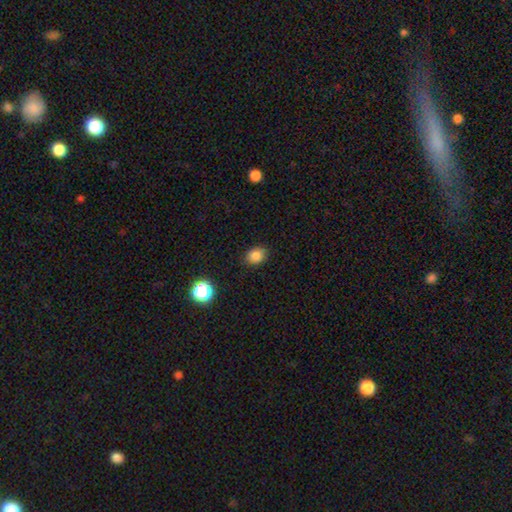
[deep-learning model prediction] Q: Smooth or featured?
A: smooth (84%); runner-up: star or artifact (12%)
Q: How rounded?
A: round (53%); runner-up: in between (46%)
Q: Merging?
A: none (85%); runner-up: minor disturbance (11%)